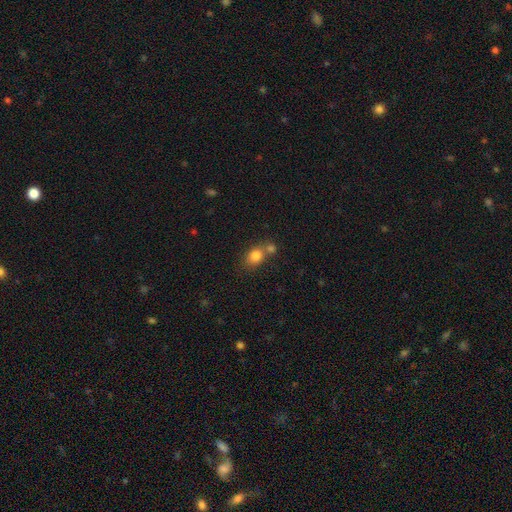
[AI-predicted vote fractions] smooth-or-featured: smooth: 81% | star or artifact: 10% | featured or disk: 9%
  how-rounded: in between: 51% | round: 48% | cigar-shaped: 2%
  merging: none: 46% | merger: 39% | minor disturbance: 11% | major disturbance: 4%